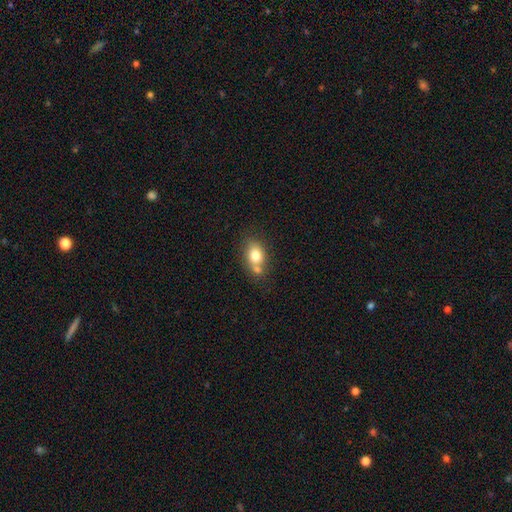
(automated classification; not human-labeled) This appears to be a smooth galaxy with no disk features (76%) that is in between round and cigar-shaped (66%). Merging: none (45%).